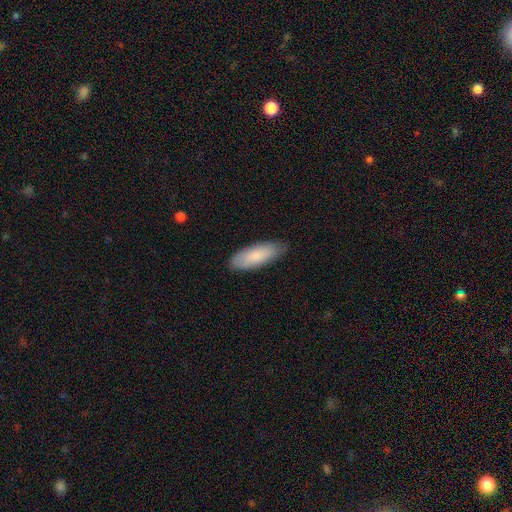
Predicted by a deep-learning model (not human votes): smooth_or_featured: smooth (p=0.83) [alt: featured or disk p=0.12]
how_rounded: in between (p=0.69) [alt: cigar-shaped p=0.29]
merging: none (p=0.83) [alt: minor disturbance p=0.13]